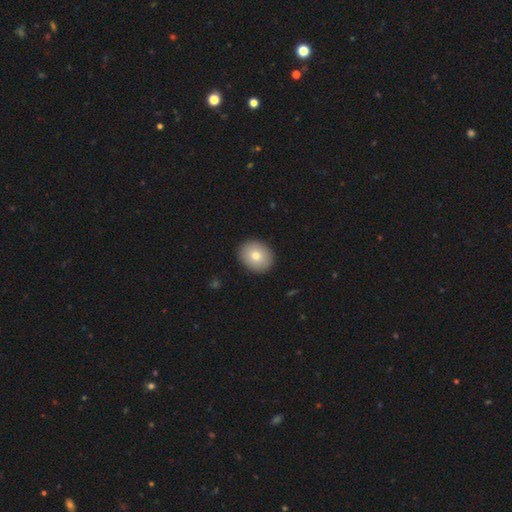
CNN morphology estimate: Smooth or featured? smooth (80%)
How rounded? round (61%)
Merging? none (91%)